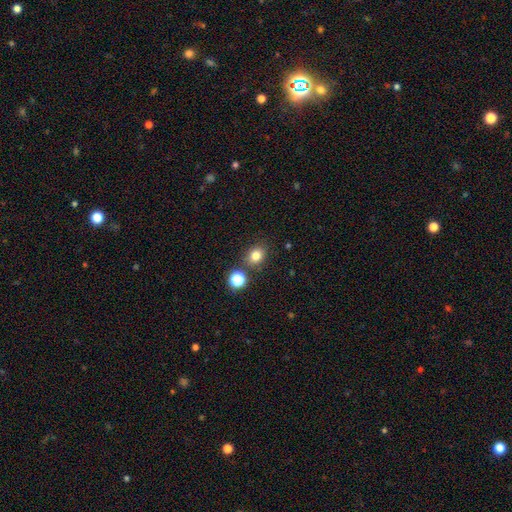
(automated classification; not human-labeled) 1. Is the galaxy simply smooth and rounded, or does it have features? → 79% smooth, 15% star or artifact, 7% featured or disk.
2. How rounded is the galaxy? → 59% round, 40% in between, 1% cigar-shaped.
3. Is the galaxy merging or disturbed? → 78% none, 10% minor disturbance, 9% merger, 3% major disturbance.